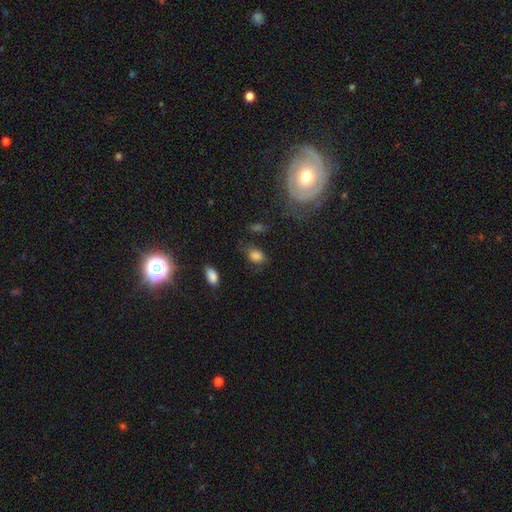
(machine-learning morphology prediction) Smooth or featured? smooth (83%)
How rounded? in between (75%)
Merging? none (65%)